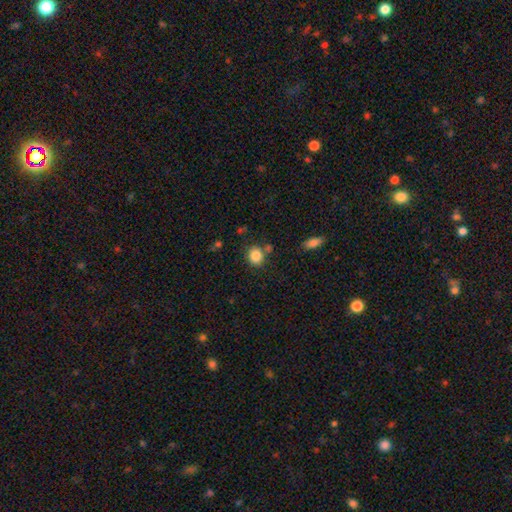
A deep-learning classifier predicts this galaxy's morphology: Smooth or featured? Predicted: smooth (p=0.85). How rounded? Predicted: round (p=0.73). Merging? Predicted: none (p=0.74).